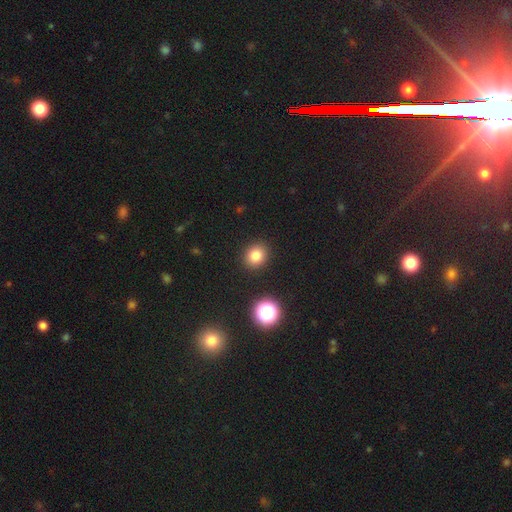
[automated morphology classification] Smooth or featured: smooth — 80% (star or artifact — 14%)
How rounded: round — 76% (in between — 23%)
Merging: none — 90% (minor disturbance — 6%)